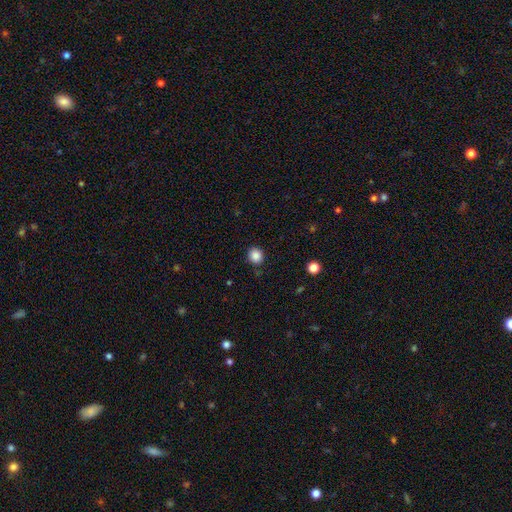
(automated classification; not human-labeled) Smooth or featured?
  - smooth: 86% *
  - star or artifact: 10%
  - featured or disk: 3%
How rounded?
  - round: 85% *
  - in between: 14%
  - cigar-shaped: 1%
Merging?
  - none: 86% *
  - minor disturbance: 9%
  - major disturbance: 3%
  - merger: 2%